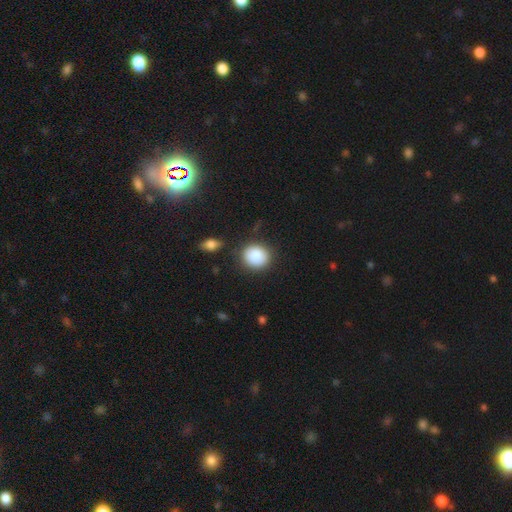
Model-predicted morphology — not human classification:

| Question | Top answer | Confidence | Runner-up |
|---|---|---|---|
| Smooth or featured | smooth | 87% | star or artifact (8%) |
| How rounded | round | 79% | in between (20%) |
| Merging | none | 82% | minor disturbance (11%) |